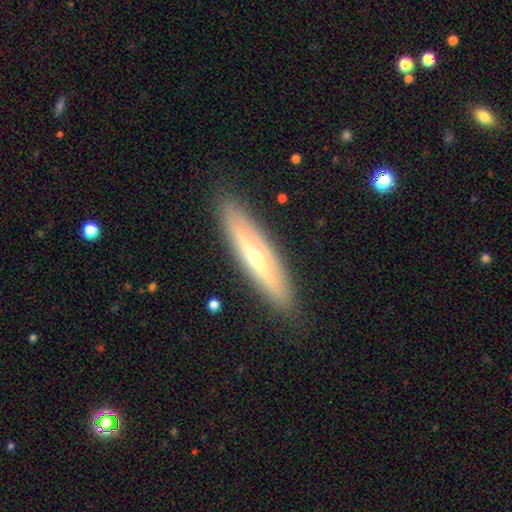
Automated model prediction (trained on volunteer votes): Morphology: type=featured or disk (64%); edge-on=yes (85%); edge-on bulge=rounded (84%); merging=none (88%).